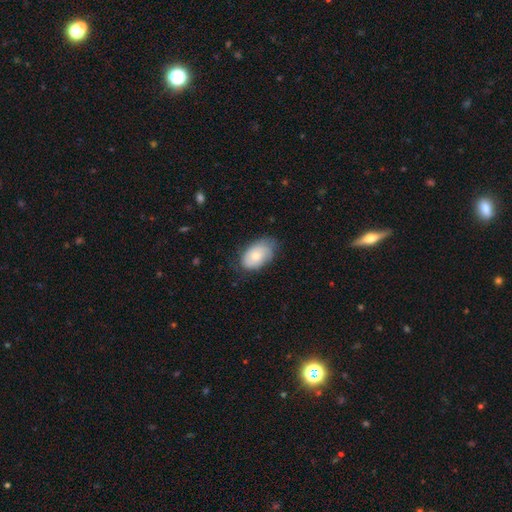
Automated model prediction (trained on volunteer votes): Smooth or featured?
  - smooth: 66% *
  - featured or disk: 28%
  - star or artifact: 6%
How rounded?
  - in between: 91% *
  - round: 8%
  - cigar-shaped: 1%
Merging?
  - none: 64% *
  - minor disturbance: 28%
  - major disturbance: 7%
  - merger: 1%